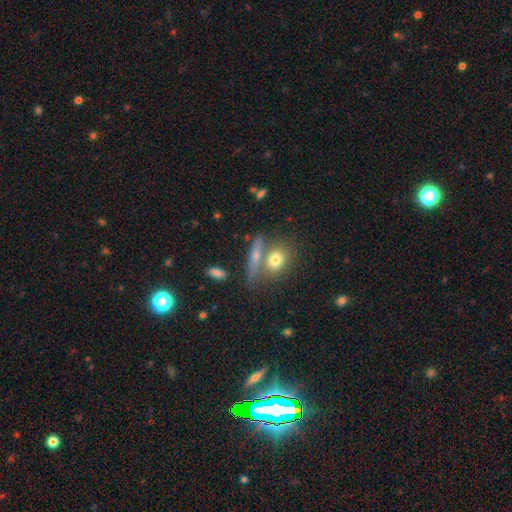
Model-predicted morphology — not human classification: A smooth galaxy with no disk features (55%) that is cigar-shaped (45%).

Vote fractions:
- Smooth or featured? smooth: 55% / featured or disk: 33% / star or artifact: 12%
- How rounded? cigar-shaped: 45% / in between: 32% / round: 23%
- Merging? none: 62% / merger: 22% / minor disturbance: 11% / major disturbance: 4%